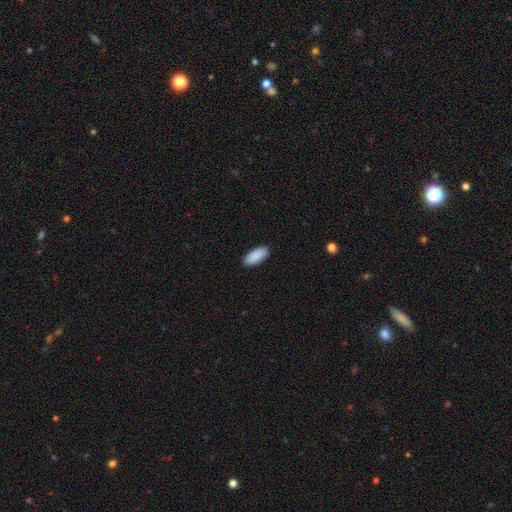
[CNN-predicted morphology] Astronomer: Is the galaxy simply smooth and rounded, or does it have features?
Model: smooth — 92%.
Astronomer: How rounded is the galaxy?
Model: in between — 87%.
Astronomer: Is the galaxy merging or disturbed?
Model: none — 91%.